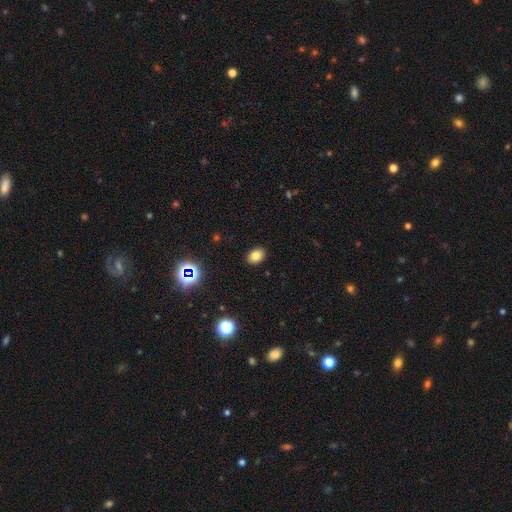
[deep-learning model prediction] The model was most divided on "how rounded": in between: 73%, round: 26%, cigar-shaped: 1%. More confident: merging — none (90%); smooth or featured — smooth (80%).